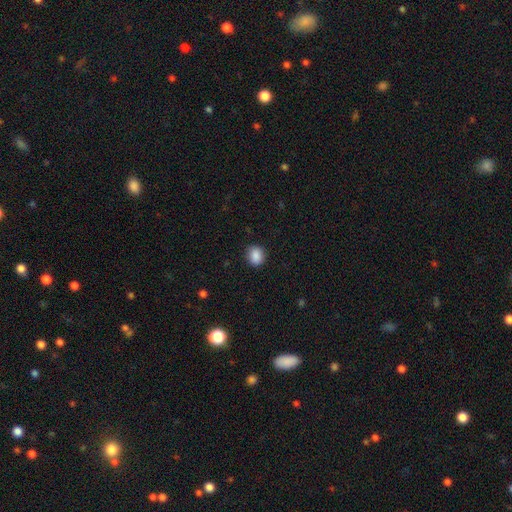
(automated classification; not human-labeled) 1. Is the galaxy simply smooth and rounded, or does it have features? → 88% smooth, 9% star or artifact, 3% featured or disk.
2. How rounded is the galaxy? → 68% round, 31% in between, 1% cigar-shaped.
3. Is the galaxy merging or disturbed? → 88% none, 9% minor disturbance, 2% major disturbance, 1% merger.